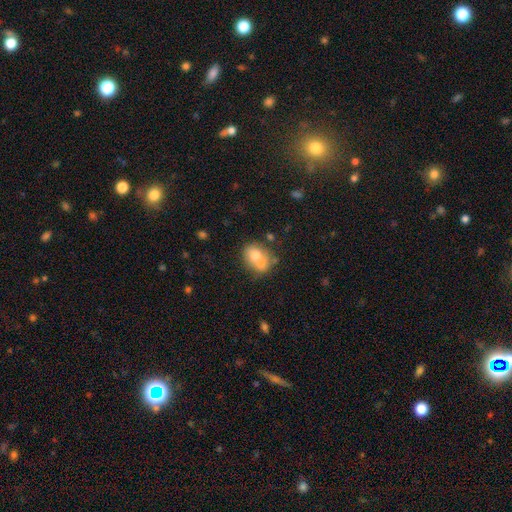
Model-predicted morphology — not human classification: Smooth or featured? smooth (69%)
How rounded? in between (55%)
Merging? merger (40%)